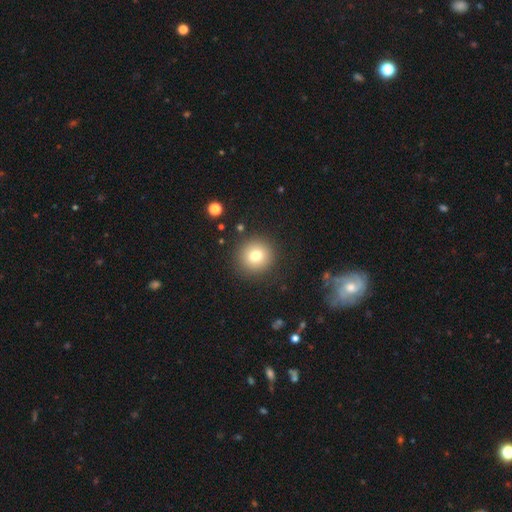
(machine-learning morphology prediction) The model was most divided on "smooth or featured": smooth: 77%, star or artifact: 12%, featured or disk: 11%. More confident: how rounded — round (93%); merging — none (89%).